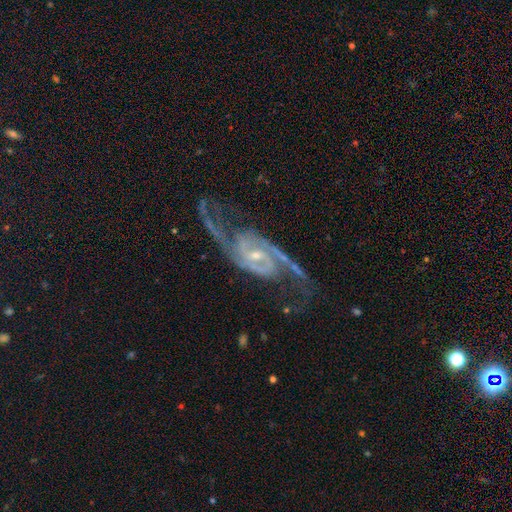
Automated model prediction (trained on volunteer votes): Smooth or featured? Predicted: featured or disk (p=0.93). Edge-on disk? Predicted: no (p=0.96). Bar? Predicted: weak (p=0.46). Spiral arms? Predicted: yes (p=0.98). Spiral winding? Predicted: medium (p=0.53). Spiral arm count? Predicted: 2 (p=0.89). Bulge size? Predicted: small (p=0.62). Merging? Predicted: none (p=0.66).